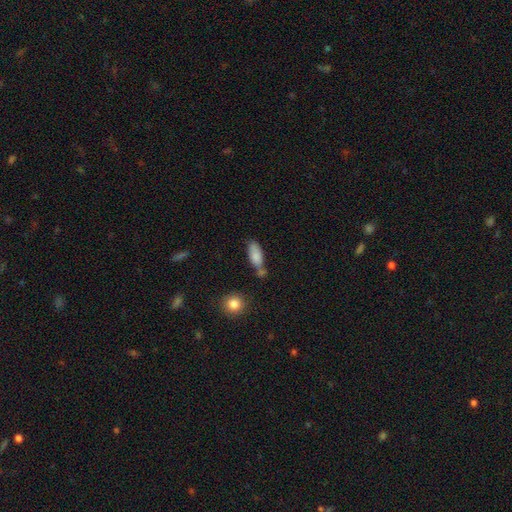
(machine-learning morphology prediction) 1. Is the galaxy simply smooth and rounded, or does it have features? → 82% smooth, 11% featured or disk, 8% star or artifact.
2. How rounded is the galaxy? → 79% in between, 18% cigar-shaped, 3% round.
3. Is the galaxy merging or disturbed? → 48% none, 23% merger, 22% minor disturbance, 7% major disturbance.